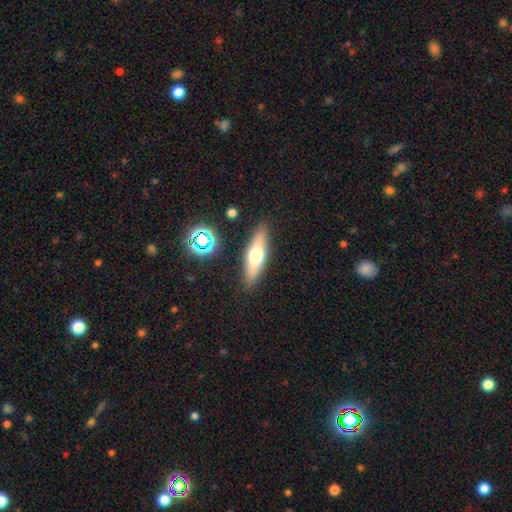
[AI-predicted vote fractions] This appears to be a smooth galaxy with no disk features (55%) that is cigar-shaped (57%). Merging: none (87%).